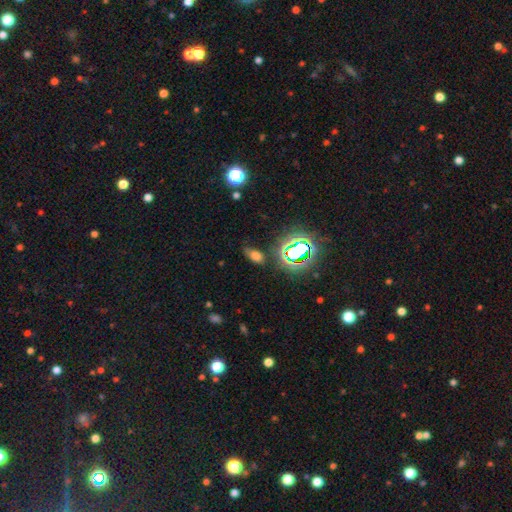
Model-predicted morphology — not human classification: smooth-or-featured: smooth: 60% | star or artifact: 29% | featured or disk: 11%
  how-rounded: in between: 85% | round: 9% | cigar-shaped: 6%
  merging: none: 69% | minor disturbance: 20% | major disturbance: 8% | merger: 4%